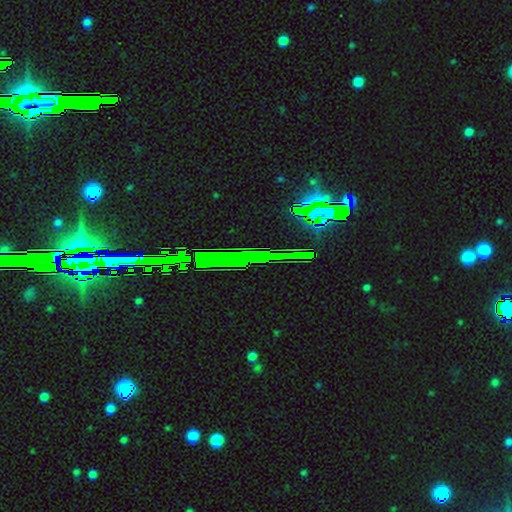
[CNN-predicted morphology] Smooth or featured?
  - star or artifact: 80% *
  - featured or disk: 11%
  - smooth: 9%